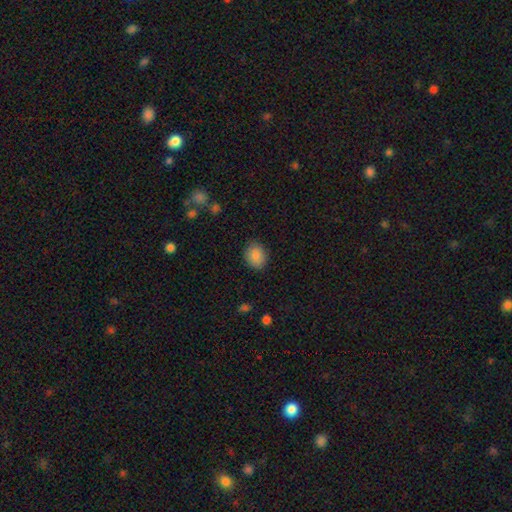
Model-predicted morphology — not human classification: Smooth or featured? Predicted: smooth (p=0.88). How rounded? Predicted: round (p=0.50). Merging? Predicted: none (p=0.85).